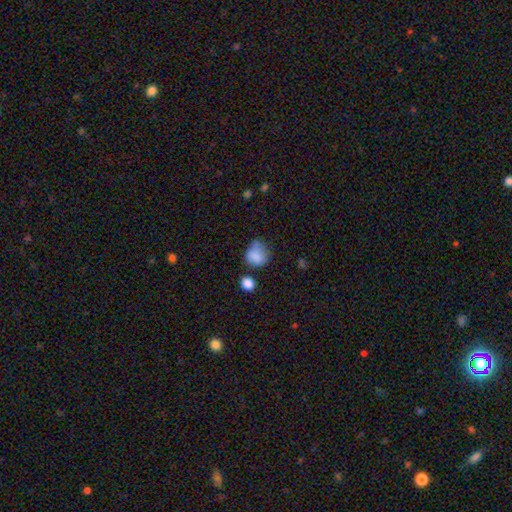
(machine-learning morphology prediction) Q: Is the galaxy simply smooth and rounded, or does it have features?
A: smooth — 80%.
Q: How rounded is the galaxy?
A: round — 61%.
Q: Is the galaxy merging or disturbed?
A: none — 42%.